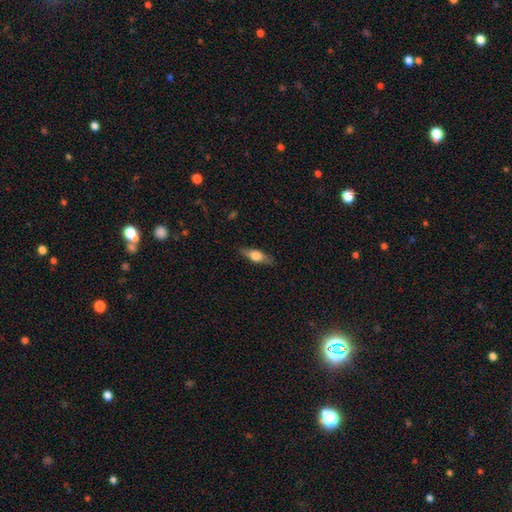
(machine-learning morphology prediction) Overall: smooth (54%; featured or disk 40%). How rounded: in between (56%; cigar-shaped 40%). Merging: none (85%).